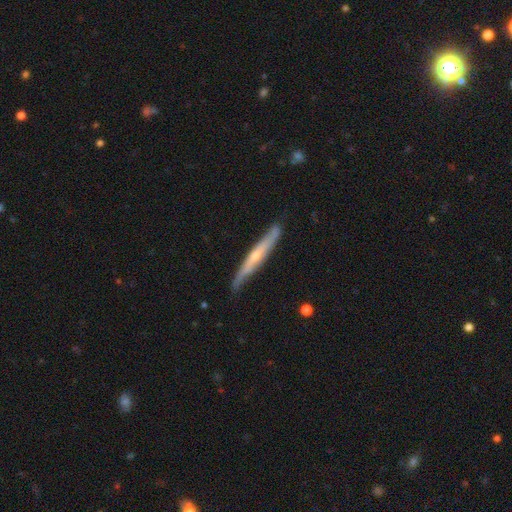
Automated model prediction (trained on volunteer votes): Smooth or featured?
  - featured or disk: 65% *
  - smooth: 28%
  - star or artifact: 7%
Edge-on disk?
  - yes: 93% *
  - no: 7%
Edge-on bulge?
  - rounded: 75% *
  - none: 22%
  - boxy: 4%
Merging?
  - none: 86% *
  - minor disturbance: 11%
  - major disturbance: 2%
  - merger: 1%